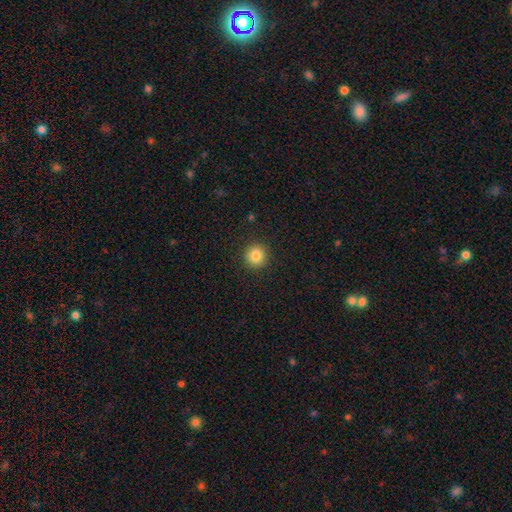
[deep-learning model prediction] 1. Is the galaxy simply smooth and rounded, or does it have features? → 84% smooth, 11% star or artifact, 5% featured or disk.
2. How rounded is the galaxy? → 94% round, 5% in between, 1% cigar-shaped.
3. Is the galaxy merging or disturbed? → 92% none, 5% minor disturbance, 2% major disturbance, 1% merger.